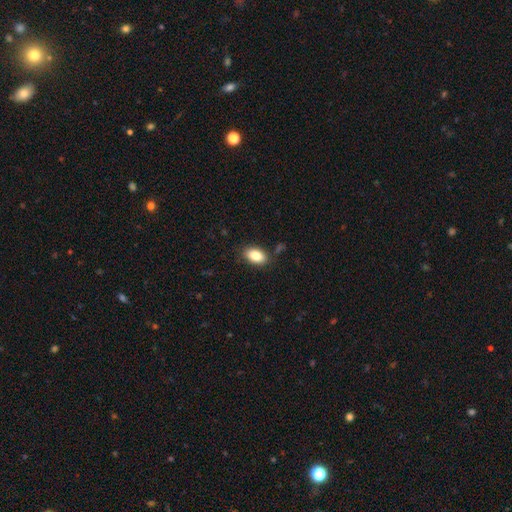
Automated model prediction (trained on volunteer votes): smooth_or_featured: smooth (p=0.86) [alt: star or artifact p=0.08]
how_rounded: in between (p=0.92) [alt: round p=0.06]
merging: none (p=0.83) [alt: minor disturbance p=0.12]